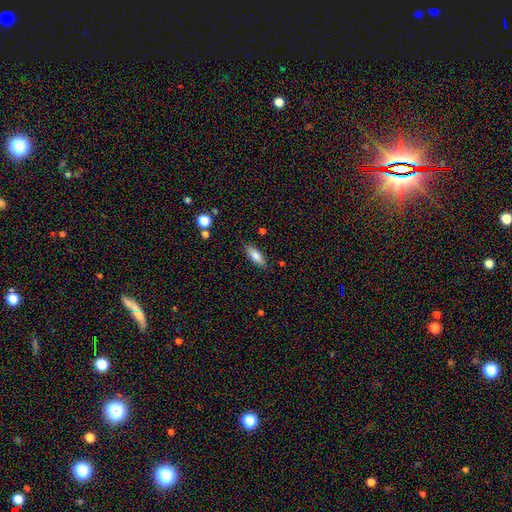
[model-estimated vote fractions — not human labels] smooth_or_featured: smooth (p=0.80) [alt: featured or disk p=0.13]
how_rounded: in between (p=0.71) [alt: cigar-shaped p=0.27]
merging: none (p=0.84) [alt: minor disturbance p=0.12]